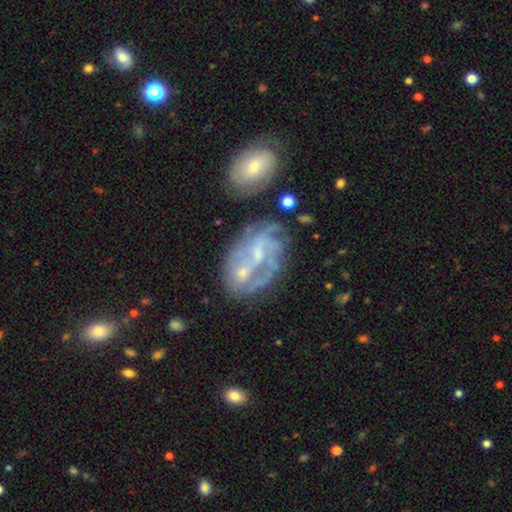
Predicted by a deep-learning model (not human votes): Smooth or featured: featured or disk — 77% (smooth — 14%)
Edge-on disk: no — 97% (yes — 3%)
Bar: no — 44% (weak — 41%)
Spiral arms: yes — 79% (no — 21%)
Spiral winding: medium — 42% (tight — 35%)
Spiral arm count: can't tell — 34% (2 — 33%)
Bulge size: small — 60% (moderate — 22%)
Merging: none — 47% (merger — 20%)